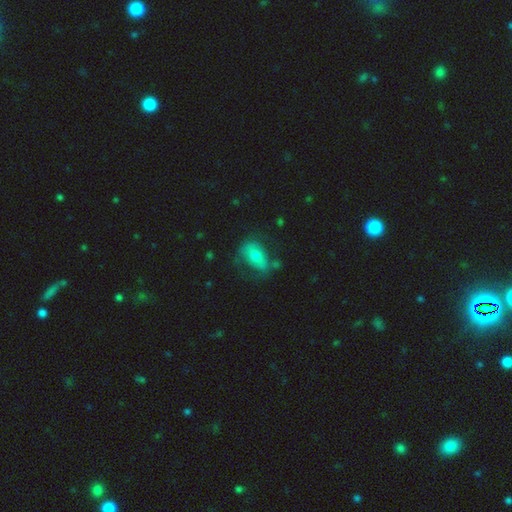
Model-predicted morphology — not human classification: type=smooth (54%); roundness=in between (82%); merging=none (49%).